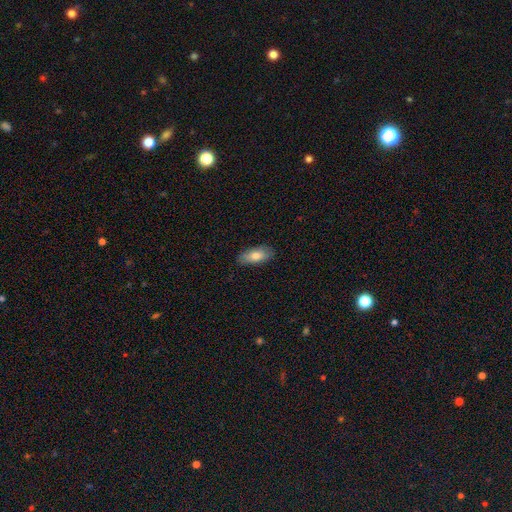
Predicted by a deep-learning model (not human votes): Smooth or featured?
  - smooth: 76% *
  - featured or disk: 18%
  - star or artifact: 6%
How rounded?
  - in between: 82% *
  - cigar-shaped: 15%
  - round: 3%
Merging?
  - none: 86% *
  - minor disturbance: 11%
  - major disturbance: 2%
  - merger: 1%